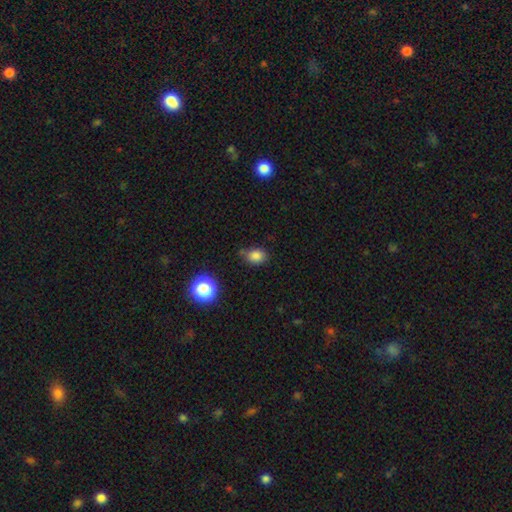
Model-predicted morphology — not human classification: A smooth galaxy with no disk features (82%) that is in between round and cigar-shaped (56%). Merging: none (64%).